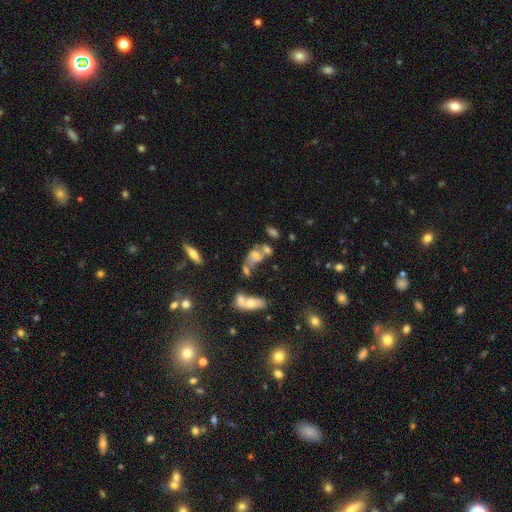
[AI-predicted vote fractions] Smooth or featured? Predicted: featured or disk (p=0.41). Merging? Predicted: merger (p=0.38).